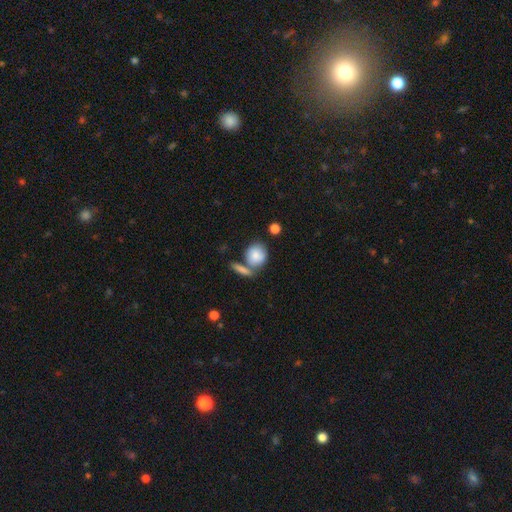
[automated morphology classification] This appears to be a smooth galaxy with no disk features (80%) that is round (74%). Merging: none (52%).